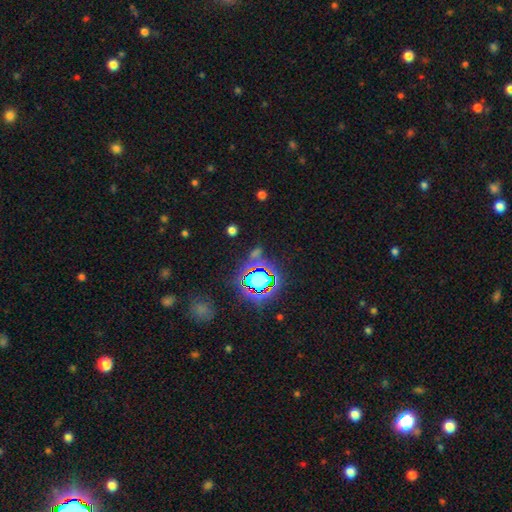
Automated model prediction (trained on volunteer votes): Overall: star or artifact (74%).